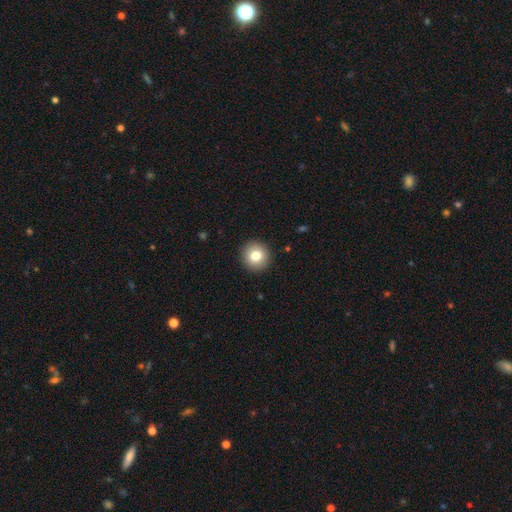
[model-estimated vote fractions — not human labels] Overall: smooth (80%). How rounded: round (93%). Merging: none (92%).